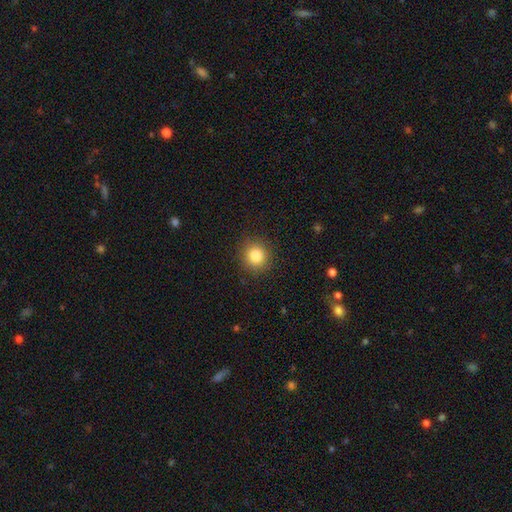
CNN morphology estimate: Q: Smooth or featured?
A: smooth (83%); runner-up: star or artifact (11%)
Q: How rounded?
A: round (91%); runner-up: in between (8%)
Q: Merging?
A: none (90%); runner-up: minor disturbance (7%)